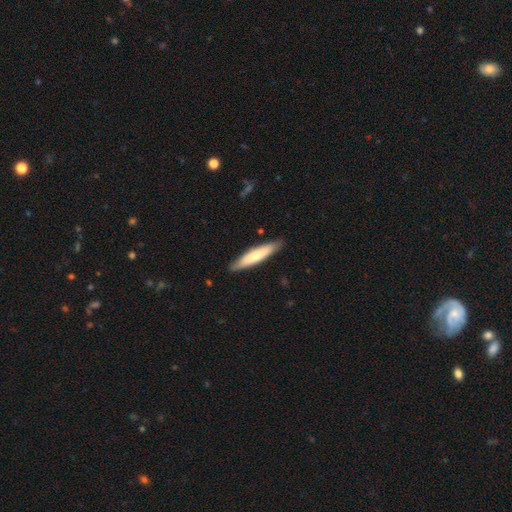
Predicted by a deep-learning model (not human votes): Smooth or featured? Predicted: smooth (p=0.67). How rounded? Predicted: cigar-shaped (p=0.86). Merging? Predicted: none (p=0.88).